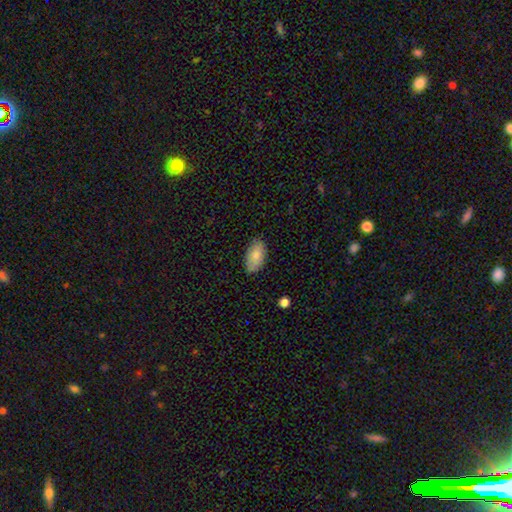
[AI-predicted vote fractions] Smooth or featured?
  - smooth: 81% *
  - featured or disk: 12%
  - star or artifact: 6%
How rounded?
  - in between: 94% *
  - round: 3%
  - cigar-shaped: 2%
Merging?
  - none: 84% *
  - minor disturbance: 13%
  - major disturbance: 2%
  - merger: 1%